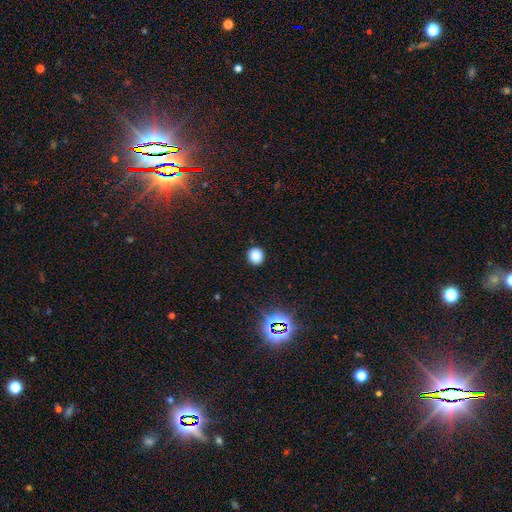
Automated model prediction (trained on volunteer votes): A smooth galaxy with no disk features (83%) that is round (91%).

Vote fractions:
- Smooth or featured? smooth: 83% / star or artifact: 14% / featured or disk: 3%
- How rounded? round: 91% / in between: 8% / cigar-shaped: 1%
- Merging? none: 92% / minor disturbance: 5% / major disturbance: 2% / merger: 1%